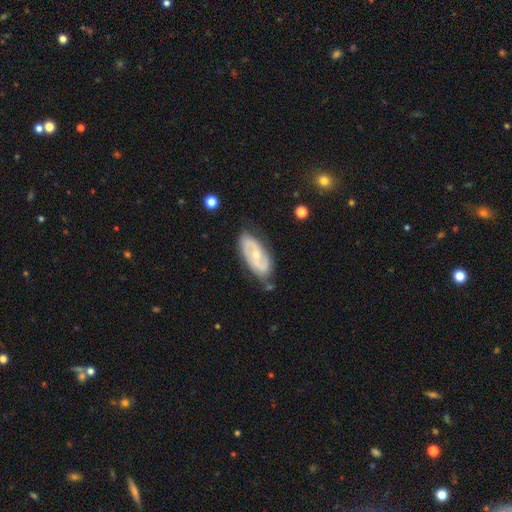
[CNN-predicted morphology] This is likely a featured or disk galaxy (79%). It is clearly not viewed edge-on (93%). Bar: possibly no (52%). Spiral arm pattern: clearly yes (89%). Spiral arm count: likely 2 (80%). Spiral winding: marginally medium (43%). Central bulge: likely small (63%). Merging: likely none (75%).